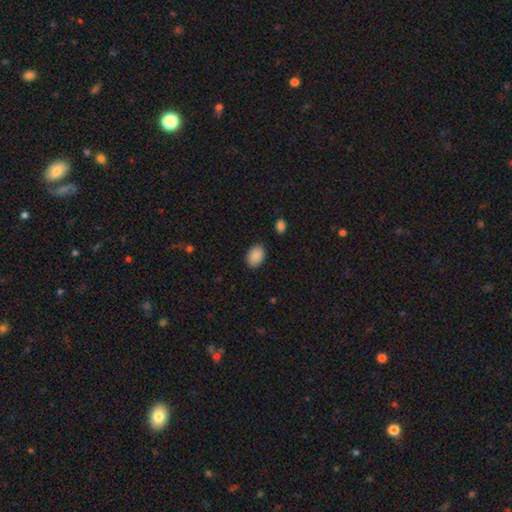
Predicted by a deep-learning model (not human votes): smooth_or_featured: smooth (p=0.90) [alt: star or artifact p=0.07]
how_rounded: in between (p=0.79) [alt: round p=0.20]
merging: none (p=0.86) [alt: minor disturbance p=0.10]